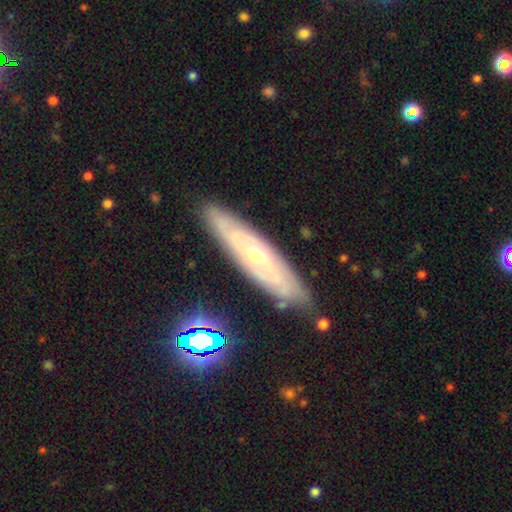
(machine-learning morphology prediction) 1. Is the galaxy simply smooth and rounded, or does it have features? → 71% featured or disk, 21% smooth, 8% star or artifact.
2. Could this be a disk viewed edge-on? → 59% no, 41% yes.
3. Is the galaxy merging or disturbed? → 84% none, 12% minor disturbance, 2% major disturbance, 2% merger.